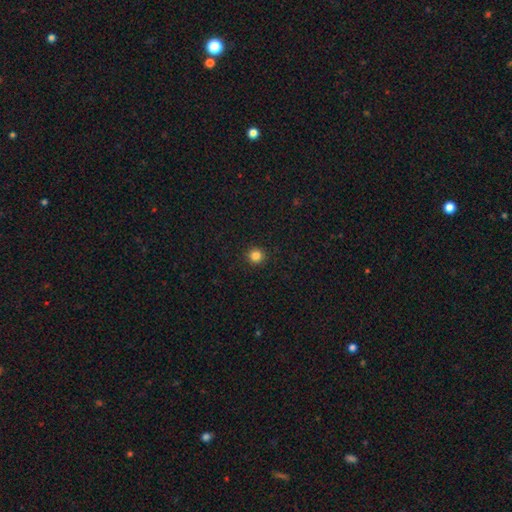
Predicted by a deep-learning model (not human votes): The model was most divided on "smooth or featured": smooth: 84%, star or artifact: 12%, featured or disk: 4%. More confident: how rounded — round (95%); merging — none (93%).